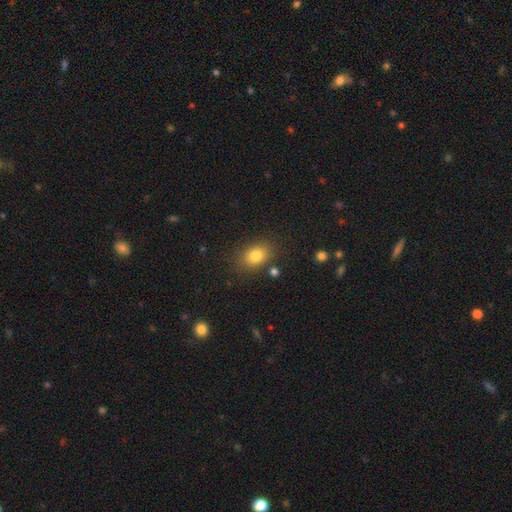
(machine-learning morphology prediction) Smooth or featured: smooth — 81% (star or artifact — 11%)
How rounded: in between — 70% (round — 29%)
Merging: none — 80% (minor disturbance — 12%)